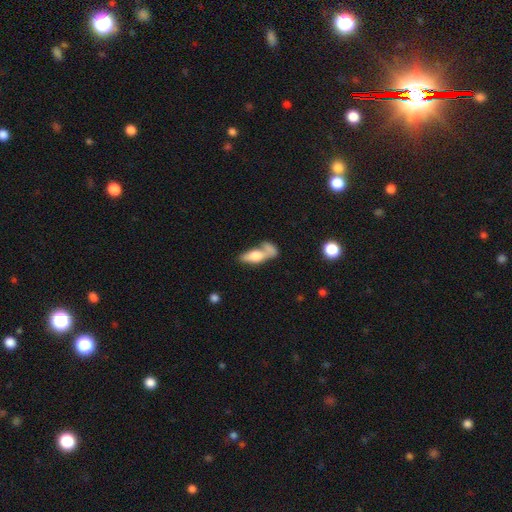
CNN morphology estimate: Smooth or featured? Predicted: smooth (p=0.63). How rounded? Predicted: in between (p=0.68). Merging? Predicted: merger (p=0.47).